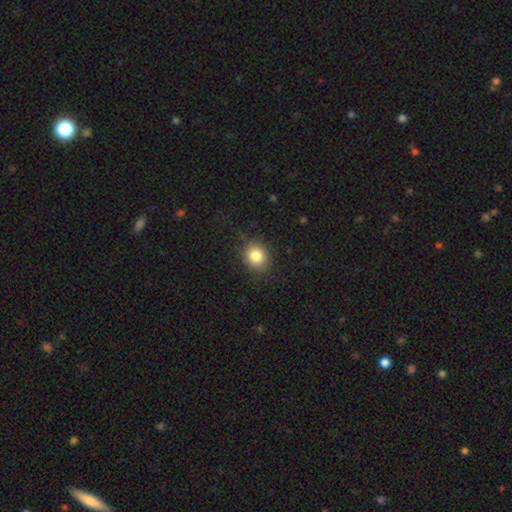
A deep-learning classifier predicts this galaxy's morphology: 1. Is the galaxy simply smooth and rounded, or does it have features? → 83% smooth, 10% star or artifact, 7% featured or disk.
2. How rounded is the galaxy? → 73% round, 26% in between, 1% cigar-shaped.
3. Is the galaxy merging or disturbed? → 84% none, 11% minor disturbance, 4% major disturbance, 1% merger.